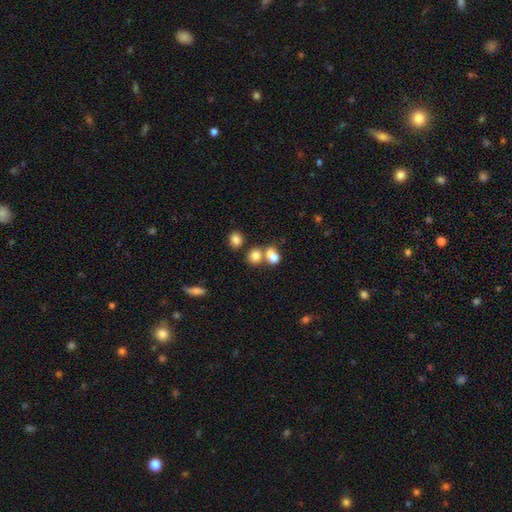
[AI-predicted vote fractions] This is likely a smooth galaxy (77%). How rounded: likely round (68%). Merging: possibly merger (48%).